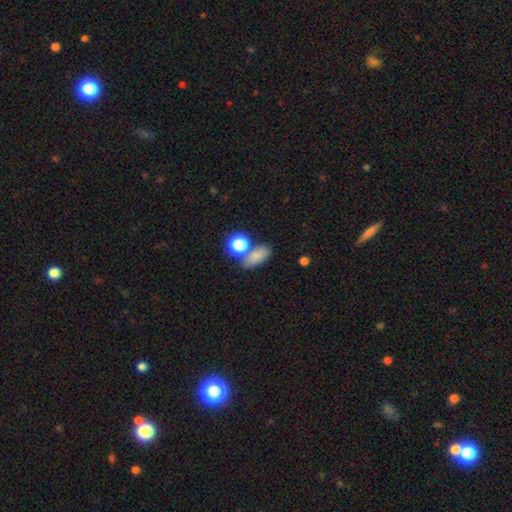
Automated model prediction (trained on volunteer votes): Morphology: type=smooth (80%); roundness=in between (77%); merging=none (59%).